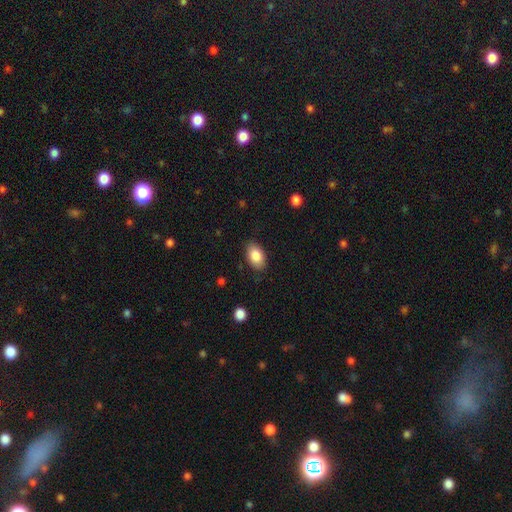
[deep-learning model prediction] smooth_or_featured: smooth (p=0.86) [alt: star or artifact p=0.07]
how_rounded: in between (p=0.90) [alt: round p=0.09]
merging: none (p=0.85) [alt: minor disturbance p=0.12]